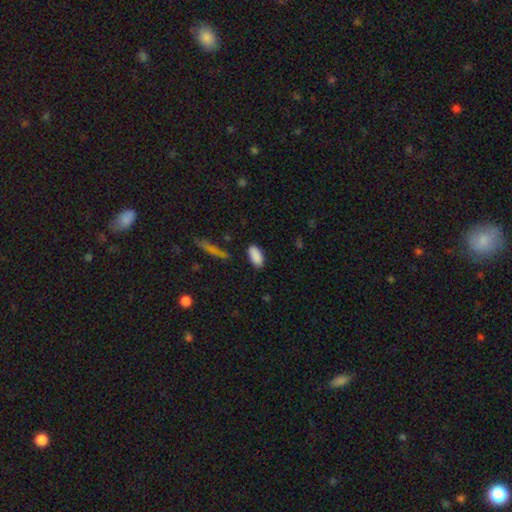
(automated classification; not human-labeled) smooth-or-featured: smooth: 89% | star or artifact: 7% | featured or disk: 4%
  how-rounded: in between: 92% | cigar-shaped: 5% | round: 2%
  merging: none: 83% | minor disturbance: 12% | major disturbance: 3% | merger: 2%